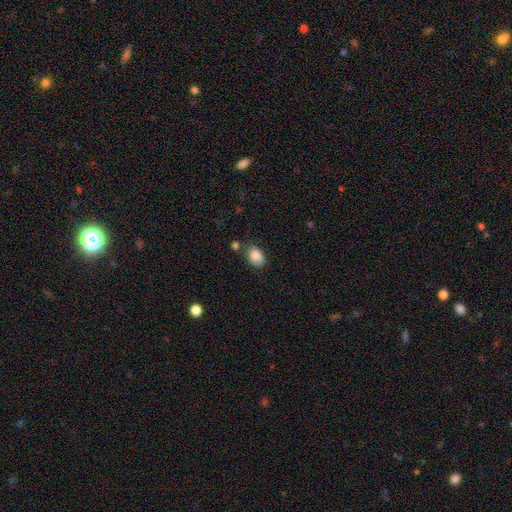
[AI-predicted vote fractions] A smooth galaxy with no disk features (86%) that is in between round and cigar-shaped (85%).

Vote fractions:
- Smooth or featured? smooth: 86% / star or artifact: 8% / featured or disk: 7%
- How rounded? in between: 85% / round: 14% / cigar-shaped: 1%
- Merging? none: 66% / minor disturbance: 21% / merger: 8% / major disturbance: 5%